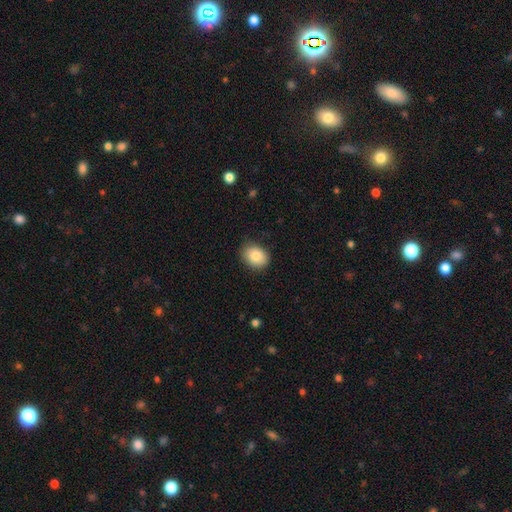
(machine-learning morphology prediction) smooth_or_featured: smooth (p=0.85) [alt: star or artifact p=0.08]
how_rounded: in between (p=0.61) [alt: round p=0.38]
merging: none (p=0.83) [alt: minor disturbance p=0.14]